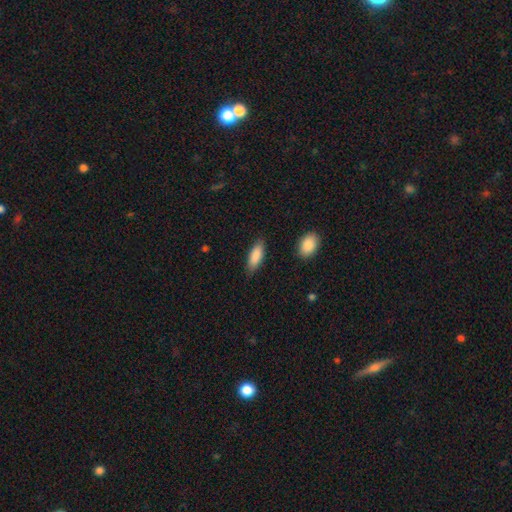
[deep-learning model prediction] Smooth or featured? smooth (87%)
How rounded? in between (67%)
Merging? none (84%)